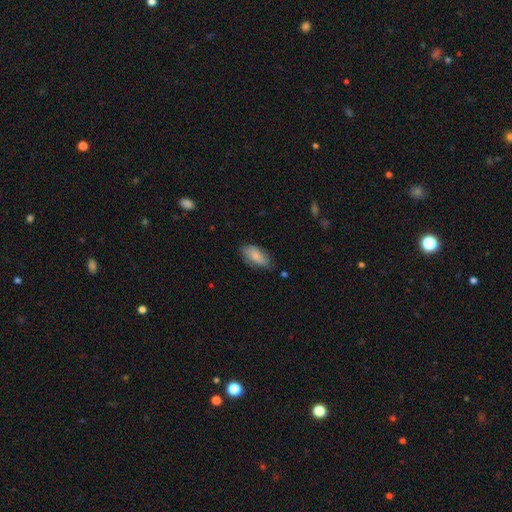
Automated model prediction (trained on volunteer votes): Smooth or featured?
  - smooth: 82% *
  - featured or disk: 12%
  - star or artifact: 6%
How rounded?
  - in between: 89% *
  - cigar-shaped: 9%
  - round: 2%
Merging?
  - none: 71% *
  - minor disturbance: 22%
  - major disturbance: 4%
  - merger: 2%